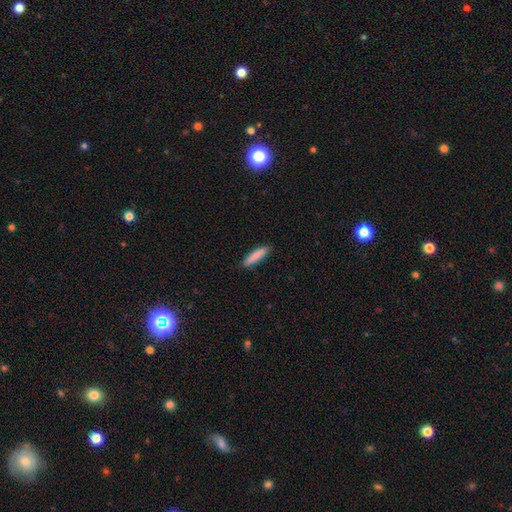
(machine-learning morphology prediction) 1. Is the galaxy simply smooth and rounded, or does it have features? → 83% smooth, 11% featured or disk, 6% star or artifact.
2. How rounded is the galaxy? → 81% cigar-shaped, 17% in between, 1% round.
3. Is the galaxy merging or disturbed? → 88% none, 9% minor disturbance, 2% major disturbance, 1% merger.